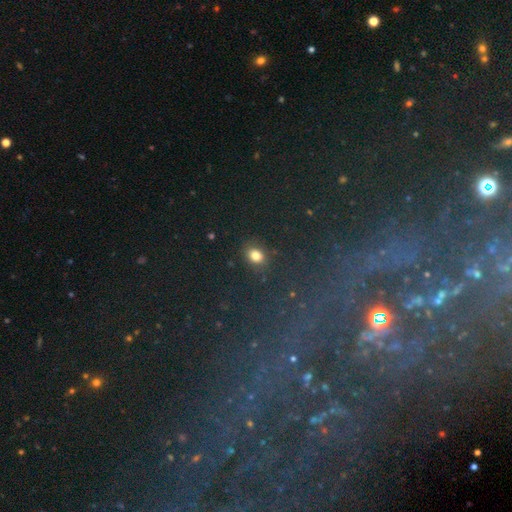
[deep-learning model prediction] smooth_or_featured: smooth (p=0.80) [alt: star or artifact p=0.13]
how_rounded: in between (p=0.62) [alt: round p=0.37]
merging: none (p=0.85) [alt: minor disturbance p=0.10]